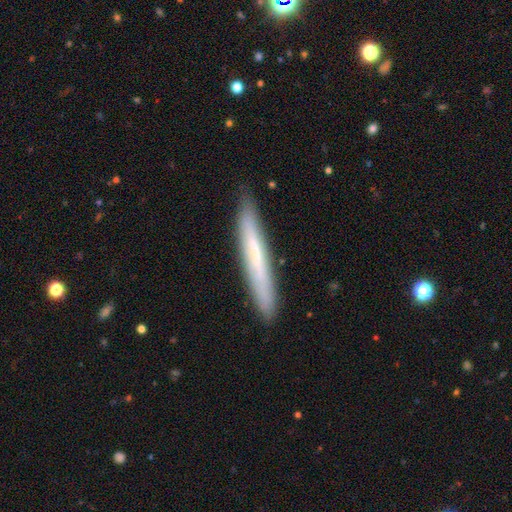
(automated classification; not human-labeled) The model was most divided on "smooth or featured": smooth: 50%, featured or disk: 43%, star or artifact: 7%. More confident: how rounded — cigar-shaped (95%); merging — none (88%).